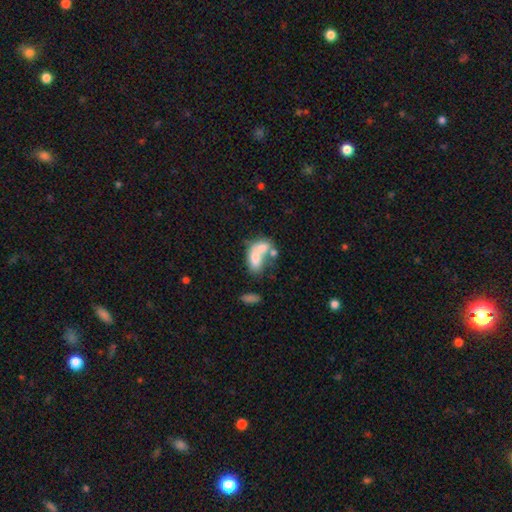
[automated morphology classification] Smooth or featured? smooth (63%)
How rounded? in between (84%)
Merging? merger (63%)